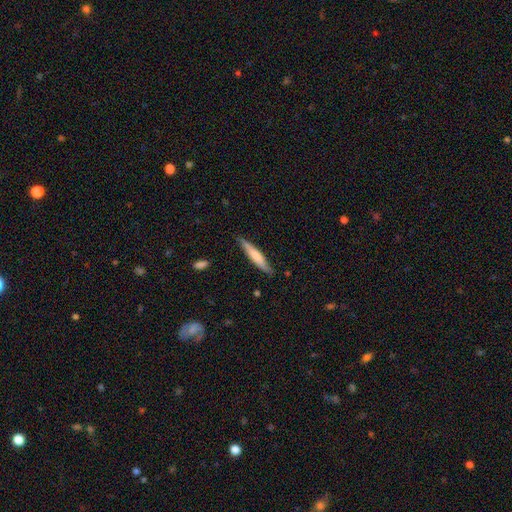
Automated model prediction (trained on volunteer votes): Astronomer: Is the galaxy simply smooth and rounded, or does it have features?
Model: smooth — 60% (runner-up: featured or disk, 35%).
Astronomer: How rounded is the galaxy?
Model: cigar-shaped — 89%.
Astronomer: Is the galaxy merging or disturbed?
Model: none — 83%.